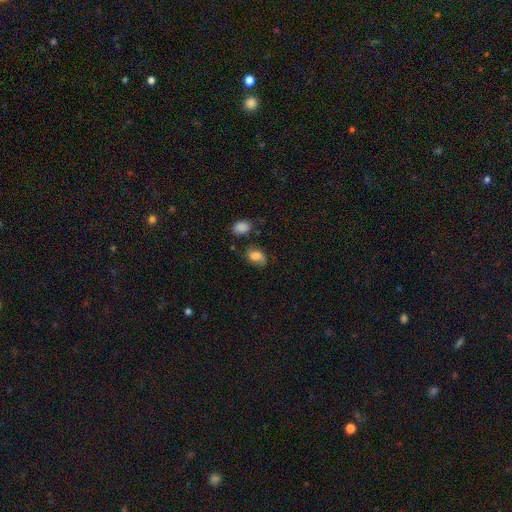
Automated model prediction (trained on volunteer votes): Overall: smooth (69%). How rounded: in between (78%). Merging: none (59%; minor disturbance 26%).